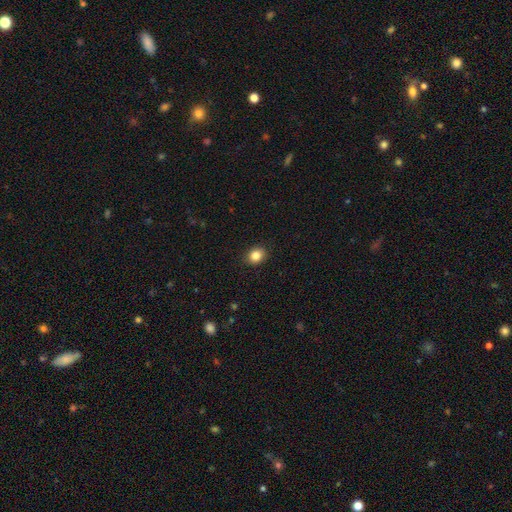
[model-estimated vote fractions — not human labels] smooth-or-featured: smooth: 85% | star or artifact: 10% | featured or disk: 5%
  how-rounded: round: 57% | in between: 43% | cigar-shaped: 1%
  merging: none: 90% | minor disturbance: 7% | major disturbance: 2% | merger: 1%